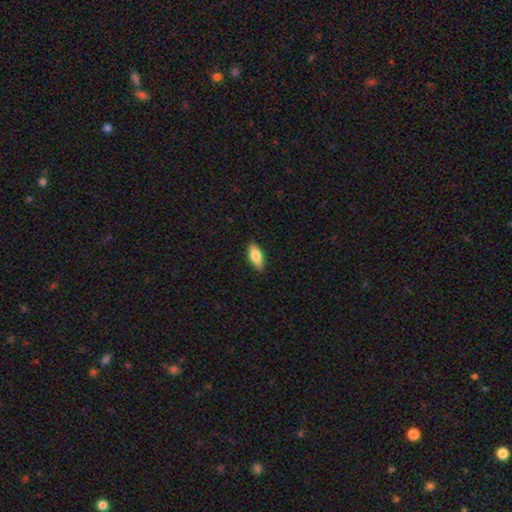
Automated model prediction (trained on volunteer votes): smooth-or-featured: smooth: 75% | featured or disk: 19% | star or artifact: 6%
  how-rounded: in between: 77% | cigar-shaped: 20% | round: 3%
  merging: none: 88% | minor disturbance: 10% | major disturbance: 2% | merger: 1%